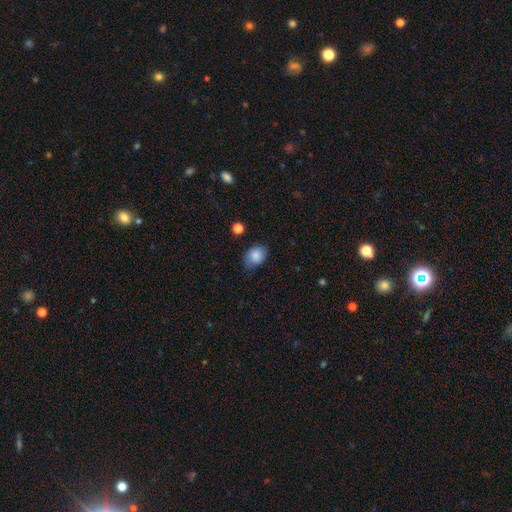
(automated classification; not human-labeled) smooth 86%, star or artifact 8%, featured or disk 6%. Down the decision tree: how rounded — in between (60%); merging — none (69%).